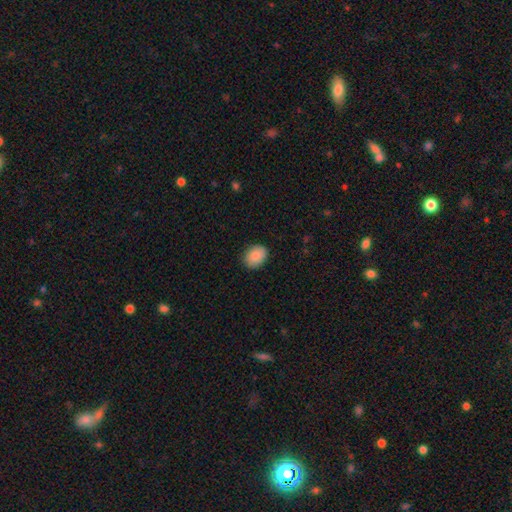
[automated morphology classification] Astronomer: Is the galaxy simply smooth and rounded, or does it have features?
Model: smooth — 88%.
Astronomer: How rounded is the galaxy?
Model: in between — 62%.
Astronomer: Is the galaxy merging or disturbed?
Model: none — 87%.